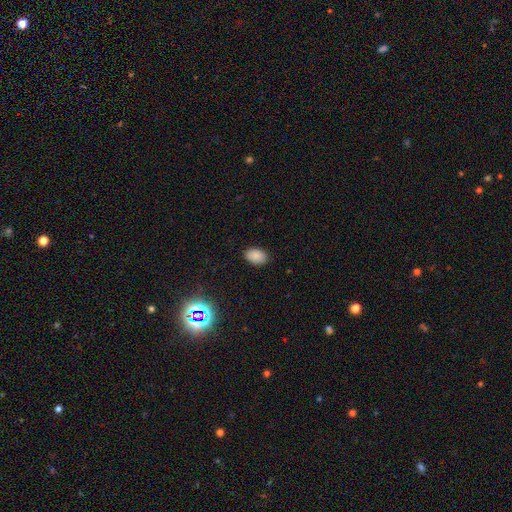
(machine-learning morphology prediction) Q: Smooth or featured?
A: smooth (85%); runner-up: star or artifact (11%)
Q: How rounded?
A: in between (87%); runner-up: round (12%)
Q: Merging?
A: none (87%); runner-up: minor disturbance (9%)